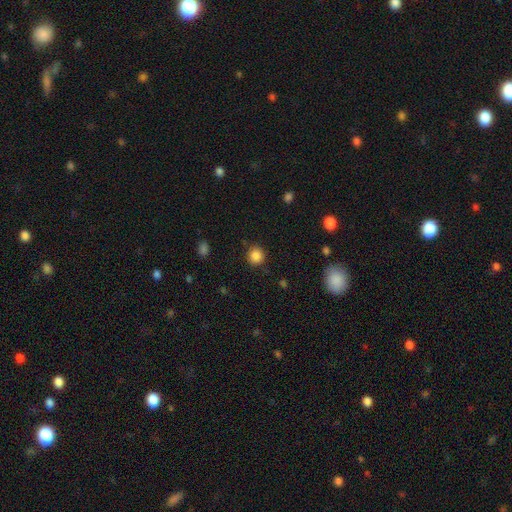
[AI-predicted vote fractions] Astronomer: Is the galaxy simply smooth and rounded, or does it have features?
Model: smooth — 86%.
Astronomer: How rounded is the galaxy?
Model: round — 91%.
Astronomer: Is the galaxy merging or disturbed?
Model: none — 87%.